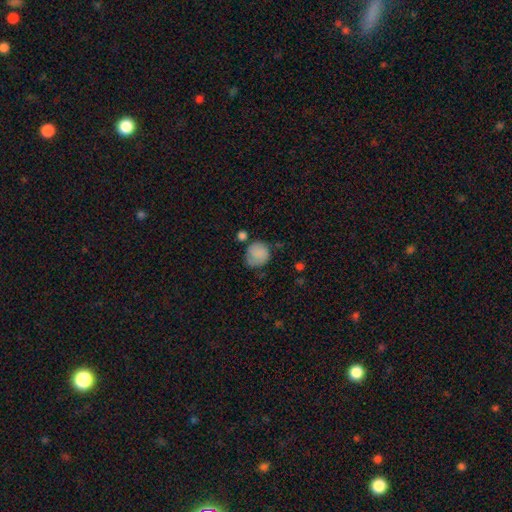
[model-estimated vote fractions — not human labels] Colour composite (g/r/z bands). It shows a smooth galaxy with no disk features (80%) that is round (77%). Merging: none (56%).